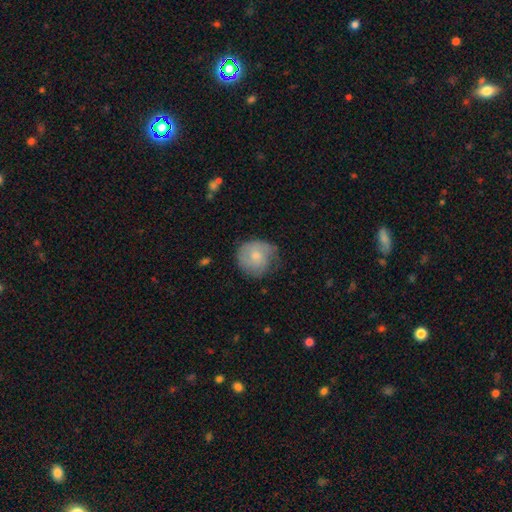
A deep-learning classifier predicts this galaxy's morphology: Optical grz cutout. It shows a smooth galaxy with no disk features (61%) that is round (86%). Merging: none (55%).